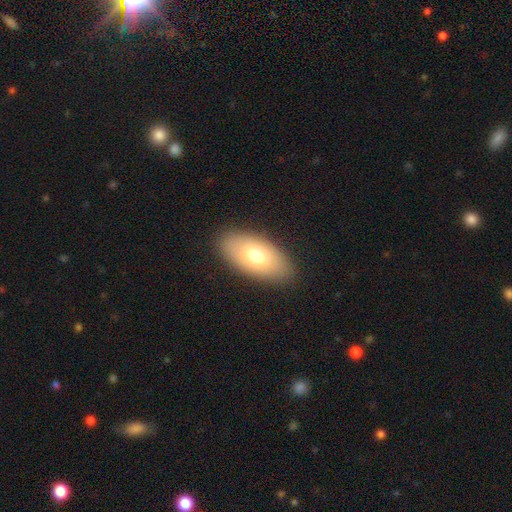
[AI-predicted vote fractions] Smooth or featured? smooth (73%)
How rounded? in between (92%)
Merging? none (87%)